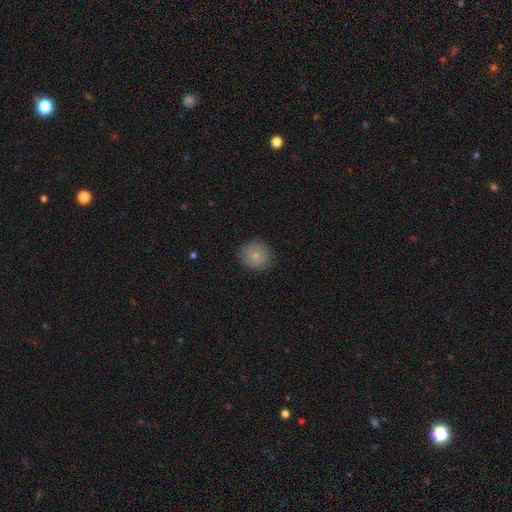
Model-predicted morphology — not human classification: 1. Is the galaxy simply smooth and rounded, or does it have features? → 81% smooth, 10% featured or disk, 9% star or artifact.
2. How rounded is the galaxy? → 84% round, 15% in between, 1% cigar-shaped.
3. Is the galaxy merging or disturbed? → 84% none, 12% minor disturbance, 3% major disturbance, 1% merger.